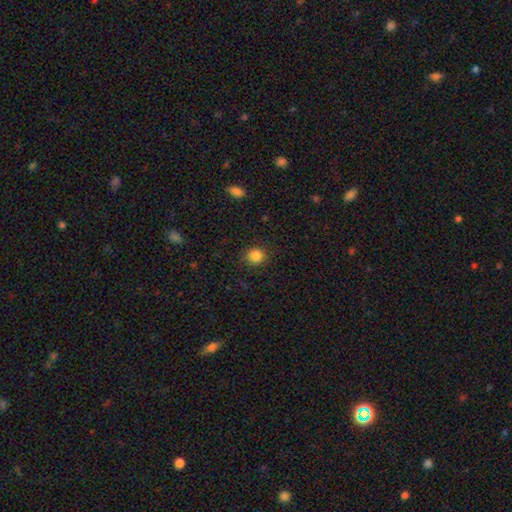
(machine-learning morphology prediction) A smooth galaxy with no disk features (84%) that is round (86%).

Vote fractions:
- Smooth or featured? smooth: 84% / star or artifact: 11% / featured or disk: 4%
- How rounded? round: 86% / in between: 14% / cigar-shaped: 1%
- Merging? none: 87% / minor disturbance: 9% / major disturbance: 3% / merger: 1%